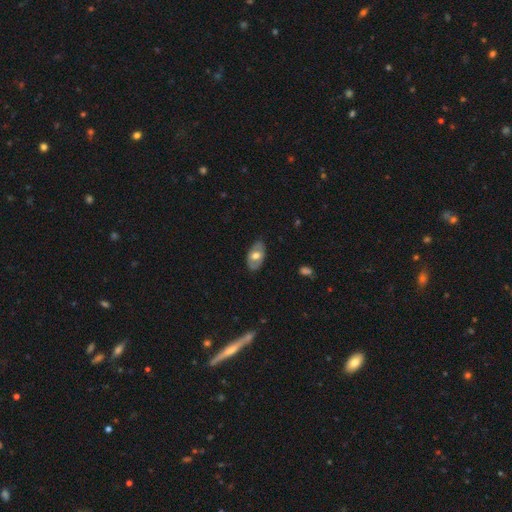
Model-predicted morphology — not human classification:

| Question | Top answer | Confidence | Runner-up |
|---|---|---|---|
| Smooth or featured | smooth | 50% | featured or disk (44%) |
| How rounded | in between | 91% | round (7%) |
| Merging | none | 80% | minor disturbance (15%) |